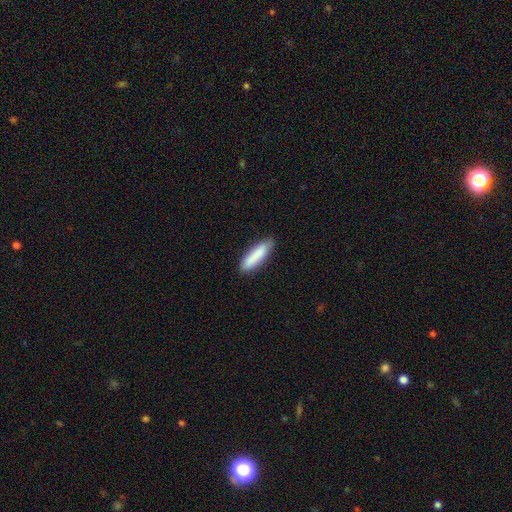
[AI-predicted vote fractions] Smooth or featured?
  - smooth: 85% *
  - featured or disk: 9%
  - star or artifact: 6%
How rounded?
  - cigar-shaped: 66% *
  - in between: 33%
  - round: 1%
Merging?
  - none: 83% *
  - minor disturbance: 14%
  - major disturbance: 2%
  - merger: 1%